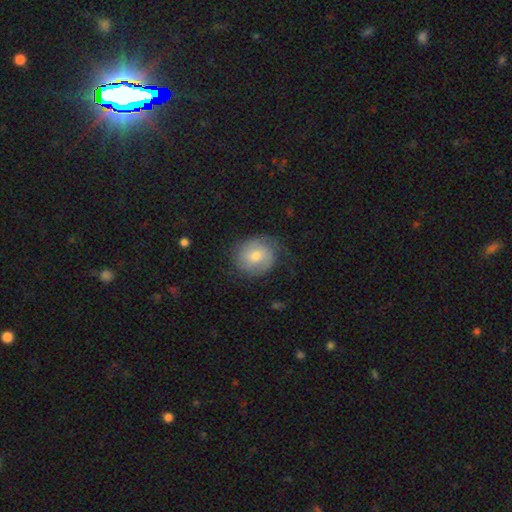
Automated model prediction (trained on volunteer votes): Smooth or featured: smooth — 49% (featured or disk — 43%)
Merging: none — 69% (minor disturbance — 21%)